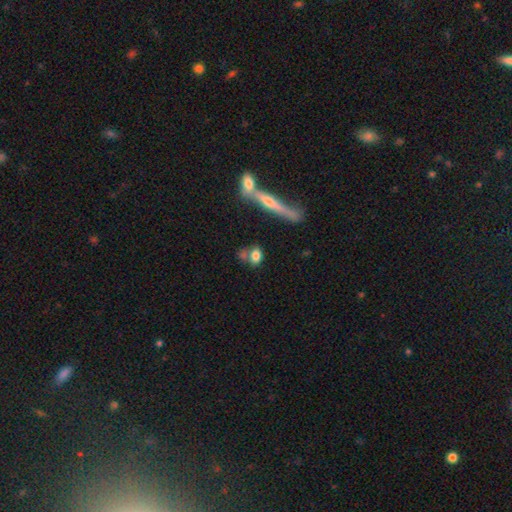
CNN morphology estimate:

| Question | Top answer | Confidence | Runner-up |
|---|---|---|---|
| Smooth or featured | smooth | 74% | featured or disk (16%) |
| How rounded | in between | 72% | round (19%) |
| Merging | none | 50% | merger (26%) |